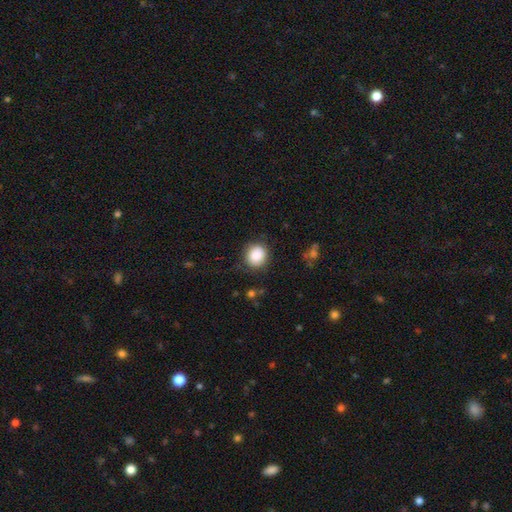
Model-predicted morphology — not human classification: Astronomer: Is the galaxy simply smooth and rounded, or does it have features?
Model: smooth — 86%.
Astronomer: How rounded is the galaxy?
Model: round — 78%.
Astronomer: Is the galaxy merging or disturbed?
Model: none — 82%.